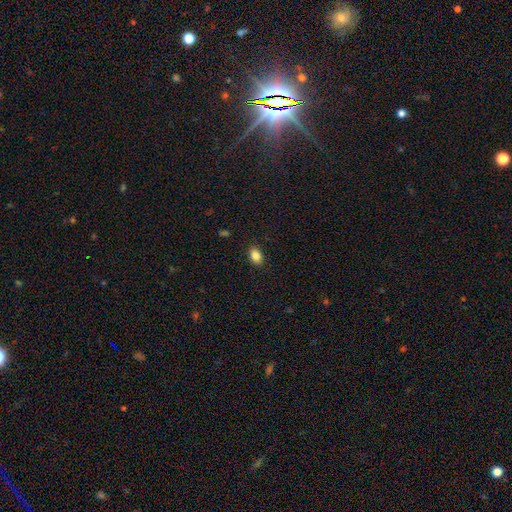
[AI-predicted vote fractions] smooth-or-featured: smooth: 86% | star or artifact: 9% | featured or disk: 5%
  how-rounded: in between: 82% | round: 17% | cigar-shaped: 1%
  merging: none: 89% | minor disturbance: 8% | major disturbance: 2% | merger: 1%